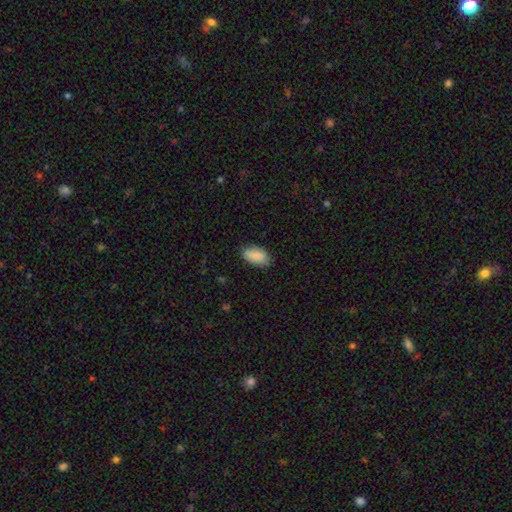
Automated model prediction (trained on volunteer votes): Smooth or featured? smooth (88%)
How rounded? in between (94%)
Merging? none (80%)